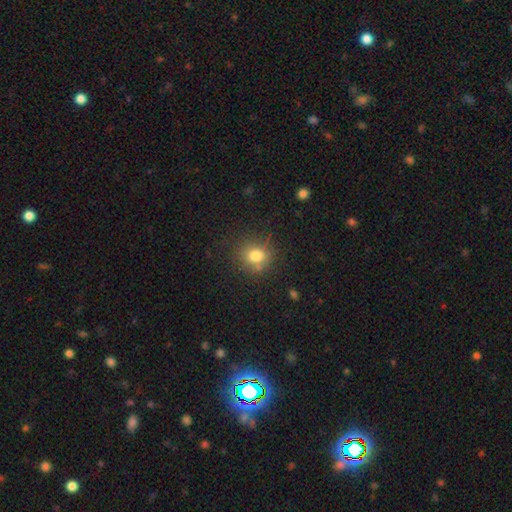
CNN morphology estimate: Smooth or featured? Predicted: smooth (p=0.76). How rounded? Predicted: round (p=0.81). Merging? Predicted: none (p=0.76).